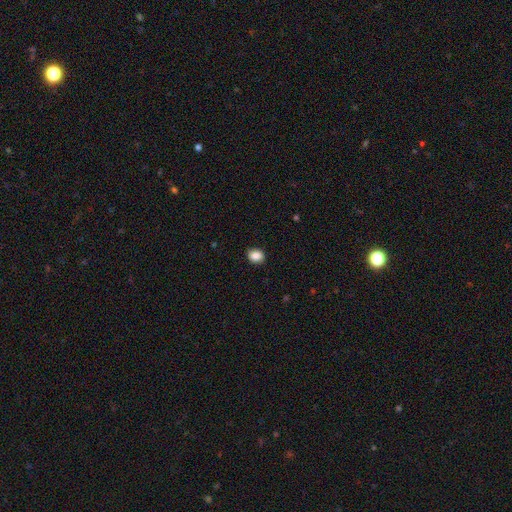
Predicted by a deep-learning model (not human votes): Smooth or featured? Predicted: smooth (p=0.88). How rounded? Predicted: round (p=0.52). Merging? Predicted: none (p=0.90).